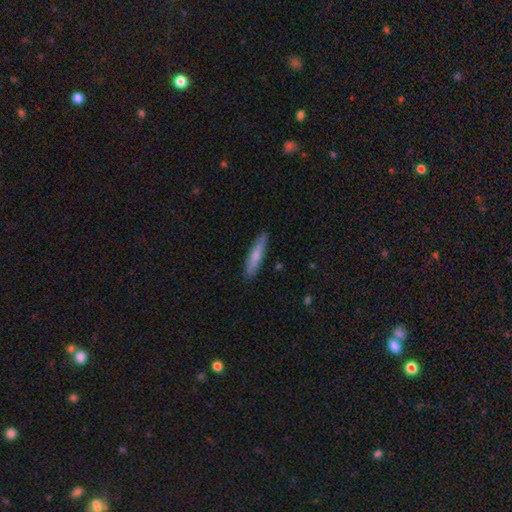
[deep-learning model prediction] Smooth or featured? Predicted: smooth (p=0.73). How rounded? Predicted: cigar-shaped (p=0.87). Merging? Predicted: none (p=0.87).